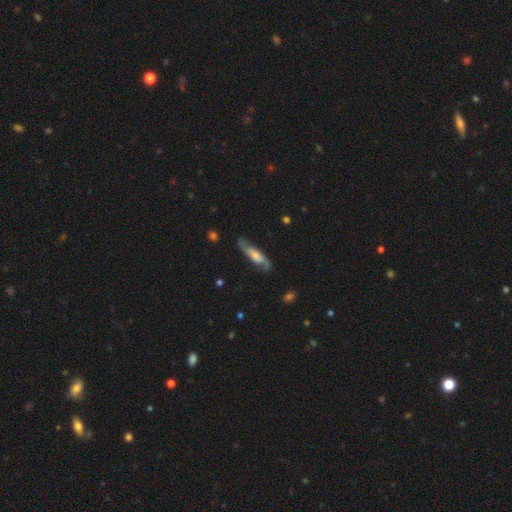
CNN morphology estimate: Smooth or featured?
  - featured or disk: 70% *
  - smooth: 24%
  - star or artifact: 6%
Edge-on disk?
  - no: 69% *
  - yes: 31%
Merging?
  - none: 73% *
  - minor disturbance: 18%
  - major disturbance: 7%
  - merger: 2%